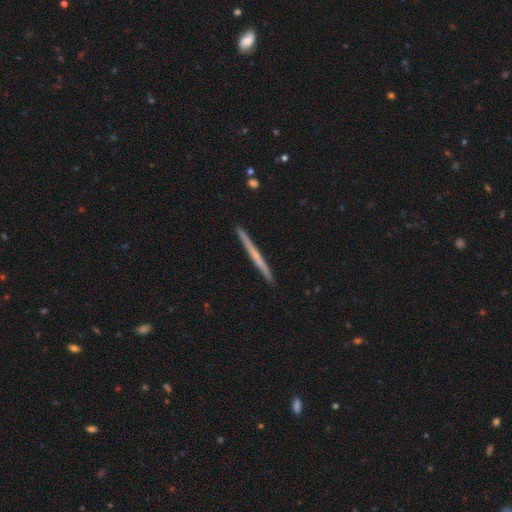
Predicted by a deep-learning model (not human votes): featured or disk 56%, smooth 39%, star or artifact 5%. Down the decision tree: edge-on disk — yes (98%); edge-on bulge — none (78%); merging — none (93%).